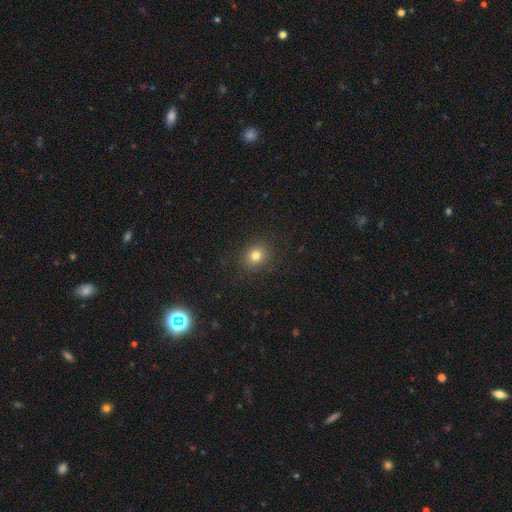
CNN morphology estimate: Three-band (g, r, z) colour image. It shows a smooth galaxy with no disk features (79%) that is round (74%). Merging: none (89%).